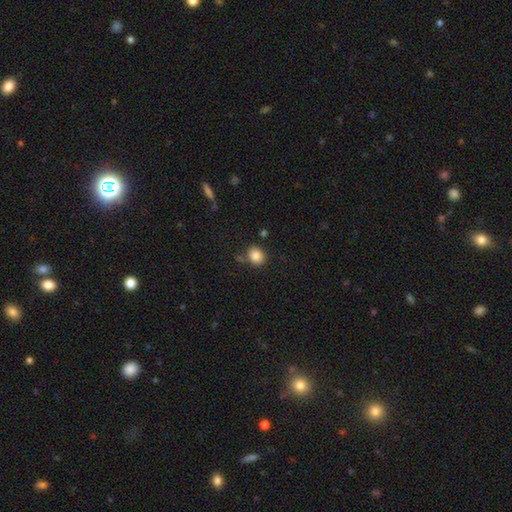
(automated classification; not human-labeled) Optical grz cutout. It shows a smooth galaxy with no disk features (85%) that is round (67%). Merging: none (78%).